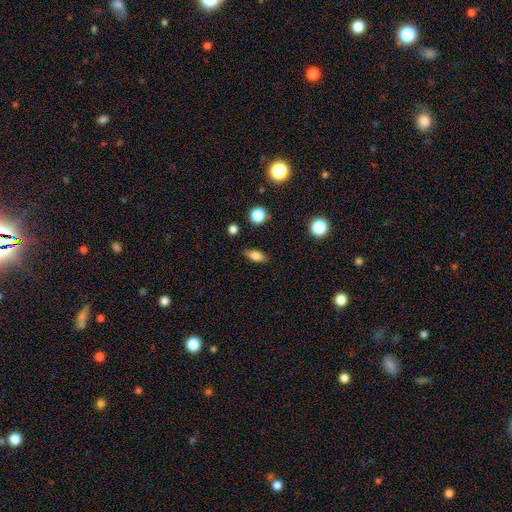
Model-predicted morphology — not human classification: Smooth or featured: smooth — 77% (featured or disk — 13%)
How rounded: in between — 77% (cigar-shaped — 15%)
Merging: none — 85% (minor disturbance — 11%)